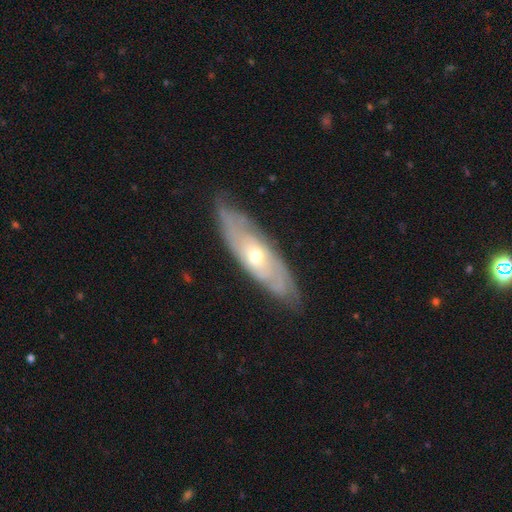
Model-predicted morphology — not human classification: smooth_or_featured: featured or disk (p=0.74) [alt: smooth p=0.20]
disk_edge_on: no (p=0.72) [alt: yes p=0.28]
bar: no (p=0.76) [alt: weak p=0.19]
has_spiral_arms: yes (p=0.77) [alt: no p=0.23]
bulge_size: moderate (p=0.54) [alt: small p=0.42]
merging: none (p=0.81) [alt: minor disturbance p=0.15]